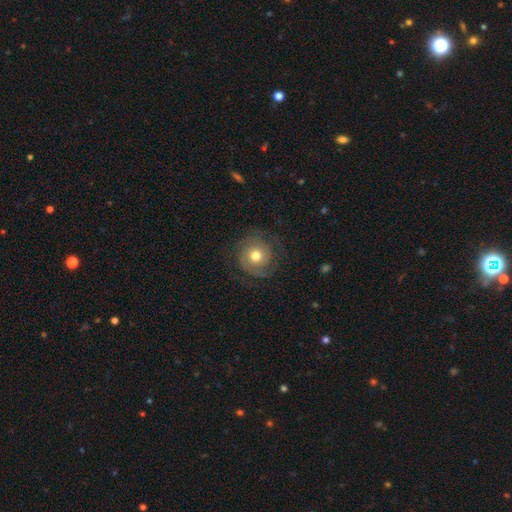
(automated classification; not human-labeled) Overall: featured or disk (63%; smooth 29%). Edge-on disk: no (97%). Bar: no (82%). Spiral arms: yes (87%). Spiral arm count: 2 (47%; can't tell 21%). Spiral winding: tight (54%; medium 32%). Bulge size: moderate (76%). Merging: none (74%).